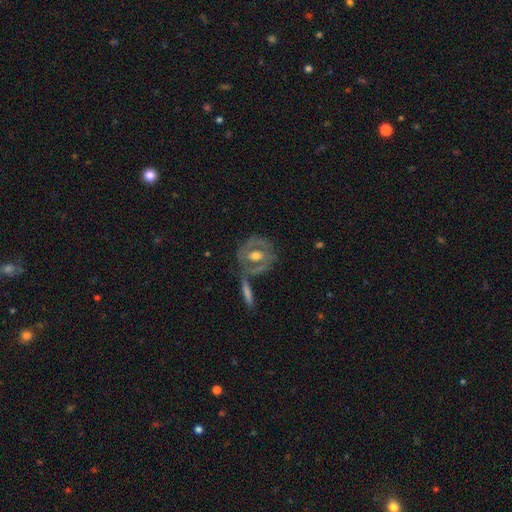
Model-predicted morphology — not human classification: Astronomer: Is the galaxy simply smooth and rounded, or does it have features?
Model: featured or disk — 71%.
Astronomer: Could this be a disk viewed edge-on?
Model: no — 89%.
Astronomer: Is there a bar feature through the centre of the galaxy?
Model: no — 43% (runner-up: weak, 37%).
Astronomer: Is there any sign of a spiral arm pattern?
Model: yes — 58% (runner-up: no, 42%).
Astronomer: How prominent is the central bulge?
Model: moderate — 76%.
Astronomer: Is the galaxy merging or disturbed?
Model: none — 64%.